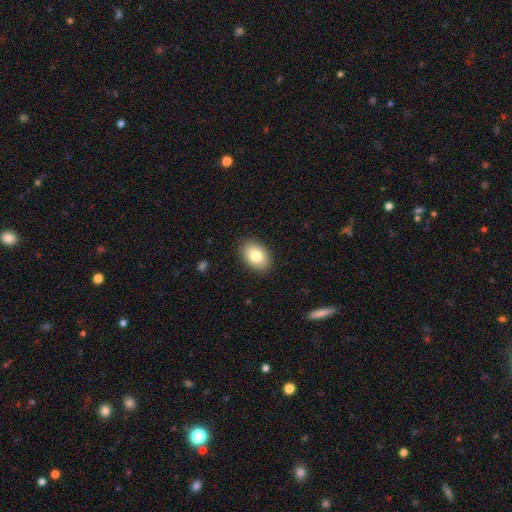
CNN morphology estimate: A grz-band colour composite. It shows a smooth galaxy with no disk features (81%) that is in between round and cigar-shaped (85%). Merging: none (88%).